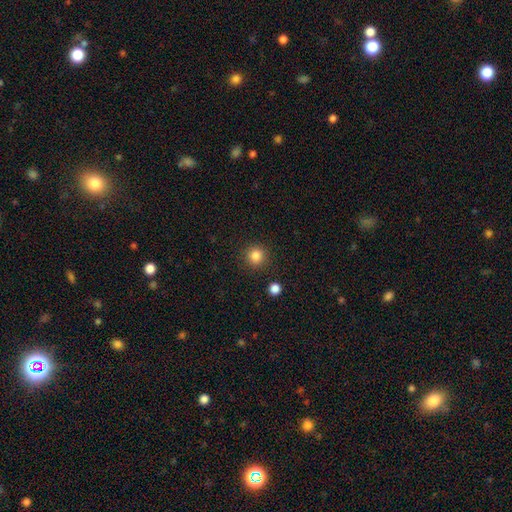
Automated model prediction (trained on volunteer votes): The model was most divided on "smooth or featured": smooth: 84%, star or artifact: 12%, featured or disk: 4%. More confident: how rounded — round (94%); merging — none (90%).